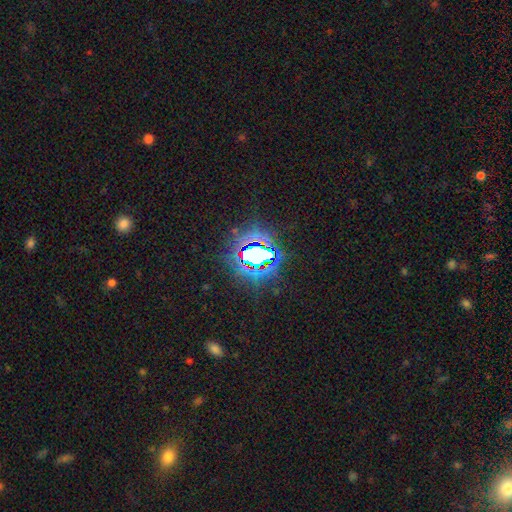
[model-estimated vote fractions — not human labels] smooth-or-featured: star or artifact: 73% | smooth: 16% | featured or disk: 11%